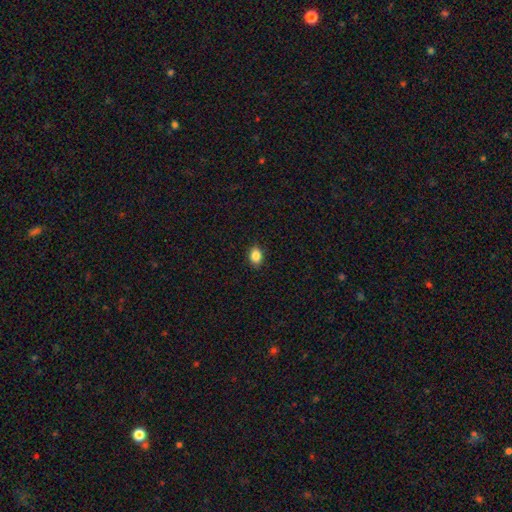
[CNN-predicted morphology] Smooth or featured? Predicted: smooth (p=0.87). How rounded? Predicted: in between (p=0.72). Merging? Predicted: none (p=0.89).